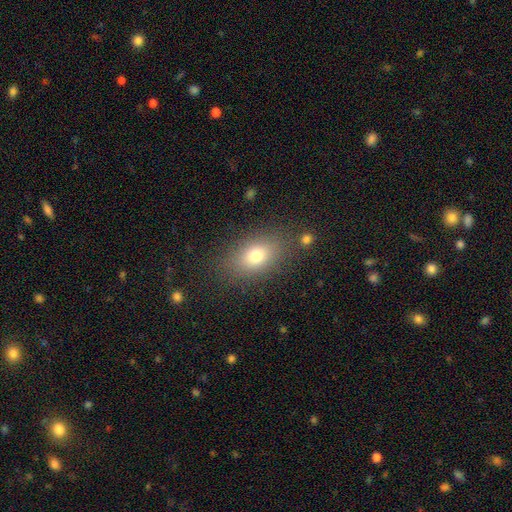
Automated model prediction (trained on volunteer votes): Smooth or featured?
  - smooth: 76% *
  - featured or disk: 13%
  - star or artifact: 12%
How rounded?
  - in between: 80% *
  - round: 17%
  - cigar-shaped: 3%
Merging?
  - none: 82% *
  - minor disturbance: 11%
  - major disturbance: 4%
  - merger: 3%